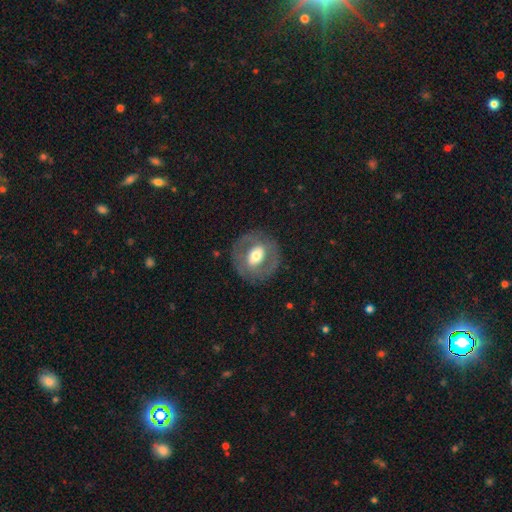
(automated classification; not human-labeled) Morphology: type=featured or disk (56%); edge-on=no (94%); bar=no (40%); spiral arms=no (69%); bulge=moderate (60%); merging=none (80%).